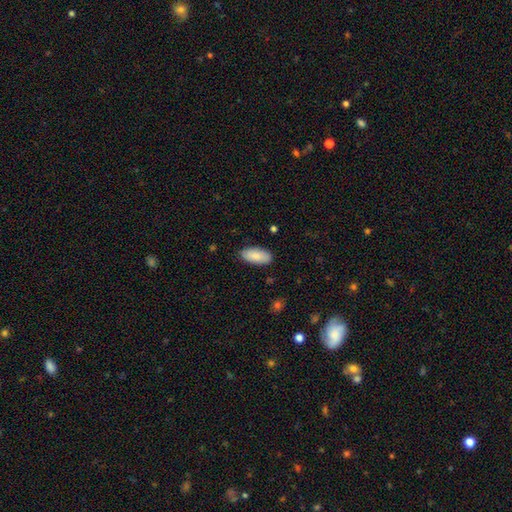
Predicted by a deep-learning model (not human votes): Smooth or featured?
  - smooth: 85% *
  - featured or disk: 9%
  - star or artifact: 6%
How rounded?
  - in between: 92% *
  - cigar-shaped: 6%
  - round: 2%
Merging?
  - none: 86% *
  - minor disturbance: 11%
  - major disturbance: 2%
  - merger: 1%